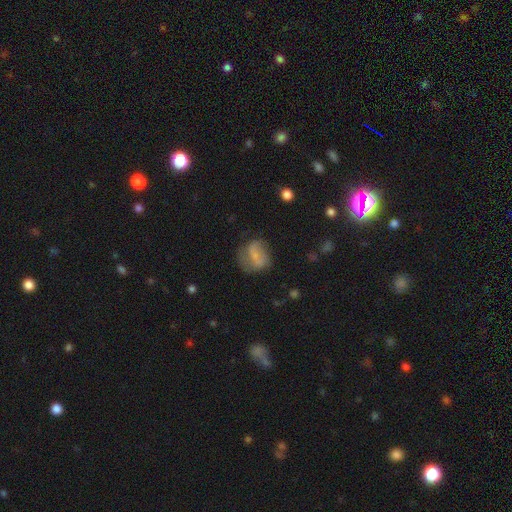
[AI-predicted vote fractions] Smooth or featured? smooth (48%)
Merging? none (46%)